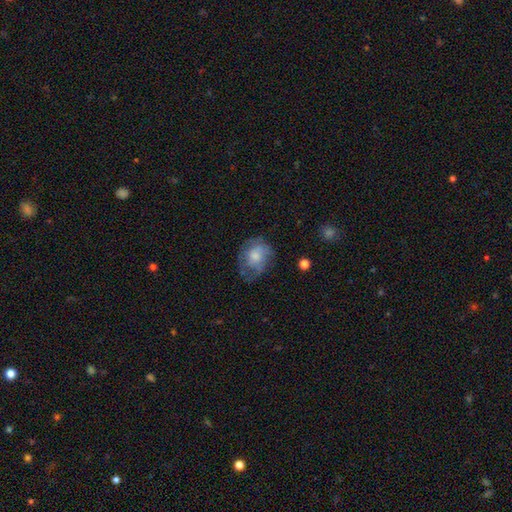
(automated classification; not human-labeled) Overall: smooth (53%; featured or disk 39%). How rounded: round (51%; in between 48%). Merging: none (47%; minor disturbance 28%).